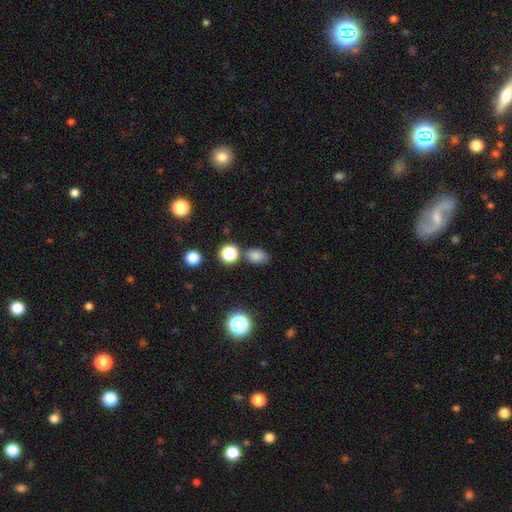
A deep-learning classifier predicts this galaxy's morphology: The model was most divided on "how rounded": in between: 76%, round: 23%, cigar-shaped: 1%. More confident: smooth or featured — smooth (78%); merging — none (73%).